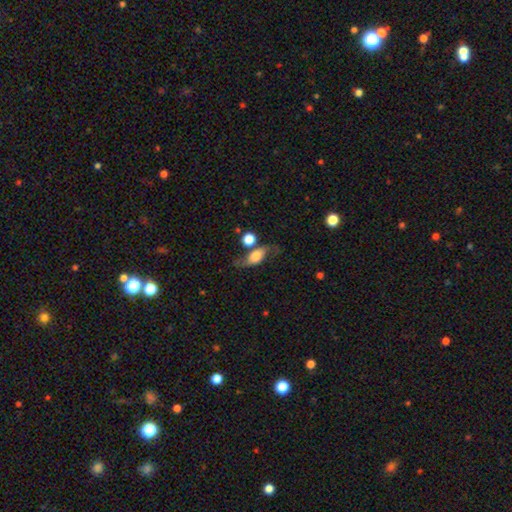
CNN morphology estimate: Q: Smooth or featured?
A: smooth (51%); runner-up: featured or disk (39%)
Q: How rounded?
A: in between (71%); runner-up: round (17%)
Q: Merging?
A: none (52%); runner-up: minor disturbance (23%)